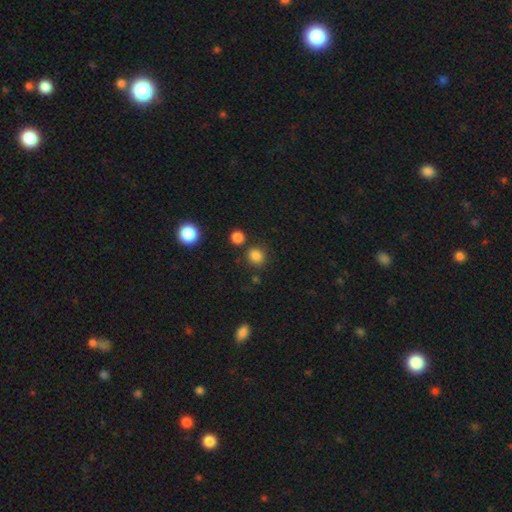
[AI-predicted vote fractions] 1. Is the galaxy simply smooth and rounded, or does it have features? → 82% smooth, 13% star or artifact, 4% featured or disk.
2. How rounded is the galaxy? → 82% round, 17% in between, 1% cigar-shaped.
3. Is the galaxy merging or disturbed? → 79% none, 9% minor disturbance, 8% merger, 3% major disturbance.